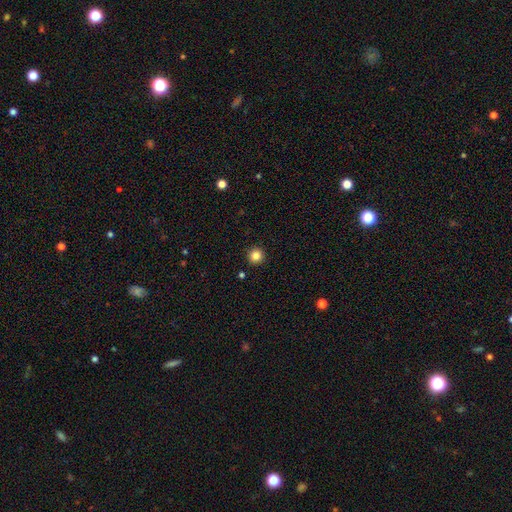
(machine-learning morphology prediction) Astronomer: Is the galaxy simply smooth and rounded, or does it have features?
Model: smooth — 84%.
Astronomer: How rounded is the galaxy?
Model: round — 96%.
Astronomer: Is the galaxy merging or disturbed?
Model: none — 93%.